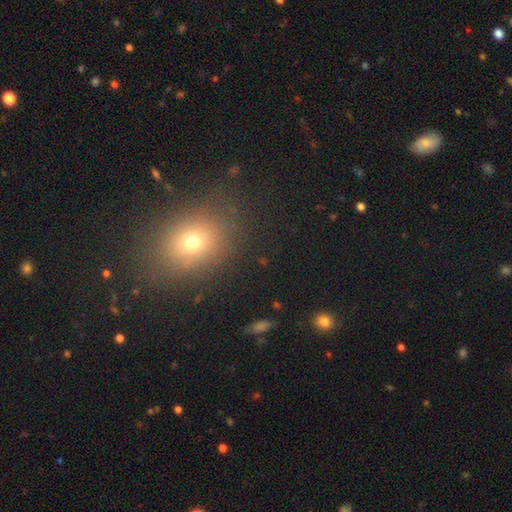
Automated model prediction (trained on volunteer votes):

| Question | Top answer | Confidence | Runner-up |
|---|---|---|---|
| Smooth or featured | smooth | 61% | star or artifact (30%) |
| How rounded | in between | 54% | round (45%) |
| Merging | none | 88% | minor disturbance (7%) |